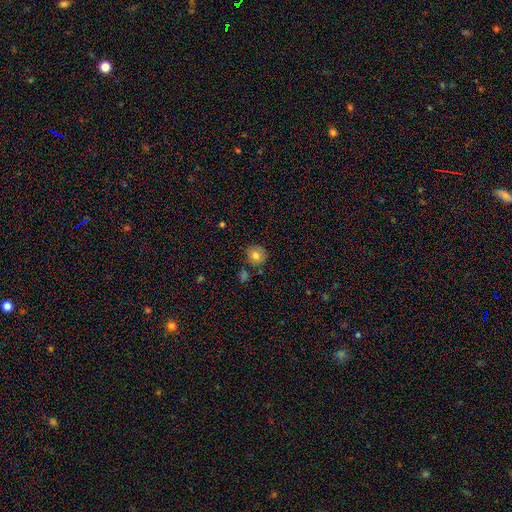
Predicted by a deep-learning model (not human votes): A smooth galaxy with no disk features (78%) that is round (83%). Merging: none (77%).